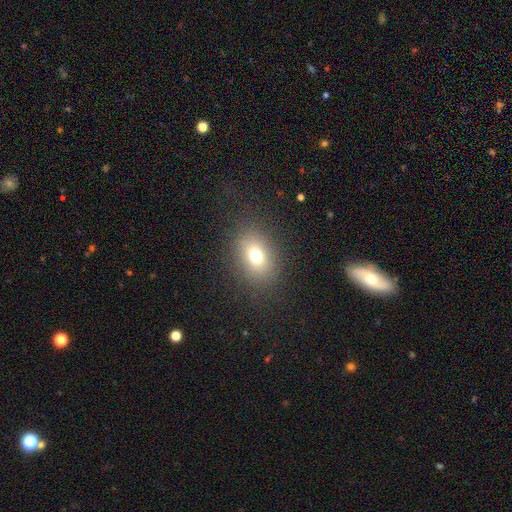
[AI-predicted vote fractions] Smooth or featured?
  - smooth: 72% *
  - star or artifact: 15%
  - featured or disk: 13%
How rounded?
  - in between: 65% *
  - round: 34%
  - cigar-shaped: 1%
Merging?
  - none: 83% *
  - minor disturbance: 10%
  - major disturbance: 6%
  - merger: 1%